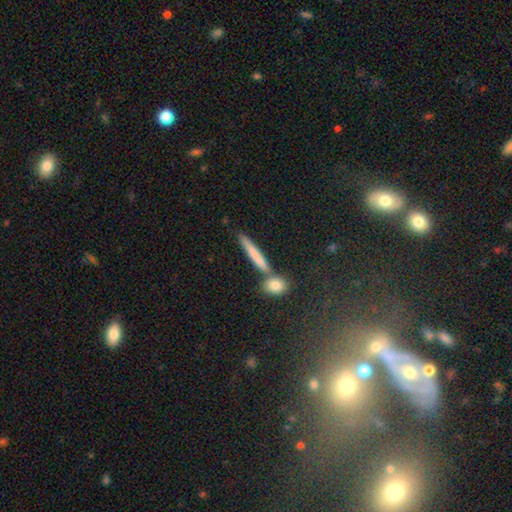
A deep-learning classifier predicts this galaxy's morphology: smooth_or_featured: smooth (p=0.71) [alt: featured or disk p=0.22]
how_rounded: cigar-shaped (p=0.88) [alt: in between p=0.08]
merging: none (p=0.72) [alt: merger p=0.14]